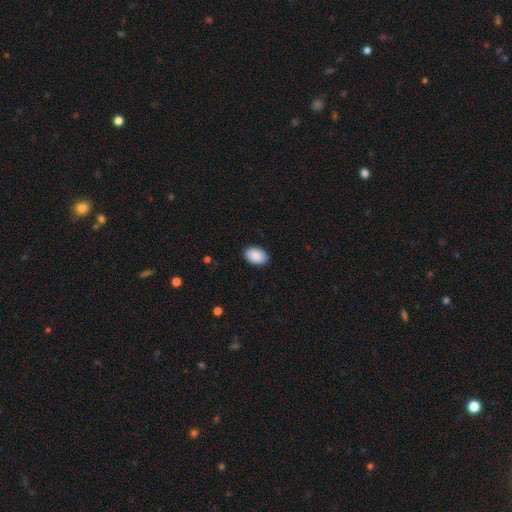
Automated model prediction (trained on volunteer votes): smooth-or-featured: smooth: 91% | star or artifact: 6% | featured or disk: 3%
  how-rounded: in between: 90% | round: 9% | cigar-shaped: 1%
  merging: none: 89% | minor disturbance: 8% | major disturbance: 2% | merger: 1%